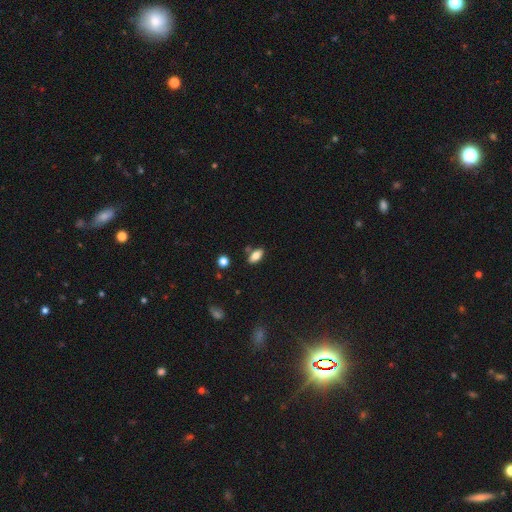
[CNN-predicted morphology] A smooth galaxy with no disk features (80%) that is in between round and cigar-shaped (87%).

Vote fractions:
- Smooth or featured? smooth: 80% / featured or disk: 12% / star or artifact: 8%
- How rounded? in between: 87% / cigar-shaped: 9% / round: 4%
- Merging? none: 79% / minor disturbance: 12% / merger: 6% / major disturbance: 3%